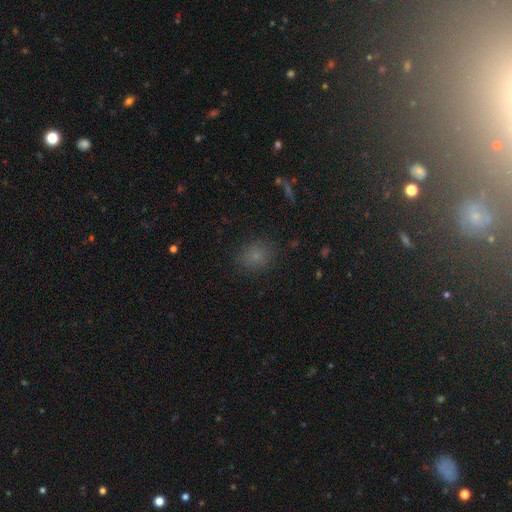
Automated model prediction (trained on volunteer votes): The model was most divided on "how rounded": round: 67%, in between: 32%, cigar-shaped: 1%. More confident: merging — none (84%); smooth or featured — smooth (76%).